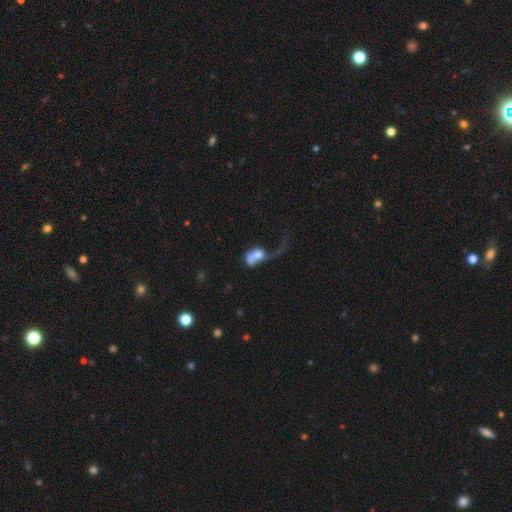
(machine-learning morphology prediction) A smooth galaxy with no disk features (51%) that is in between round and cigar-shaped (70%).

Vote fractions:
- Smooth or featured? smooth: 51% / featured or disk: 40% / star or artifact: 9%
- How rounded? in between: 70% / round: 25% / cigar-shaped: 4%
- Merging? major disturbance: 50% / merger: 27% / none: 14% / minor disturbance: 10%